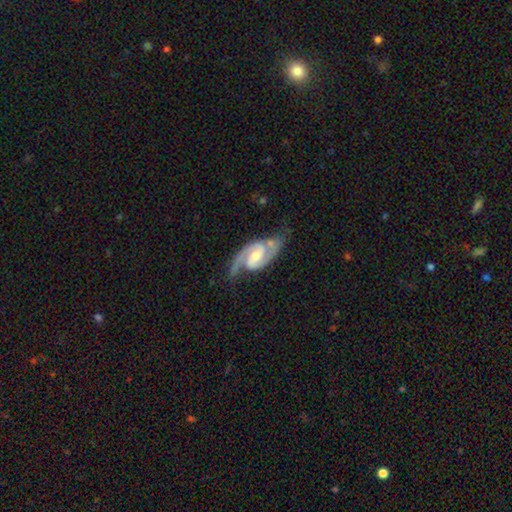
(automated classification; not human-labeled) This is clearly a featured or disk galaxy (92%). It is clearly not viewed edge-on (97%). Bar: possibly weak (51%). Spiral arm pattern: clearly yes (98%). Spiral arm count: clearly 2 (94%). Spiral winding: possibly medium (58%). Central bulge: possibly moderate (54%). Merging: likely none (73%).